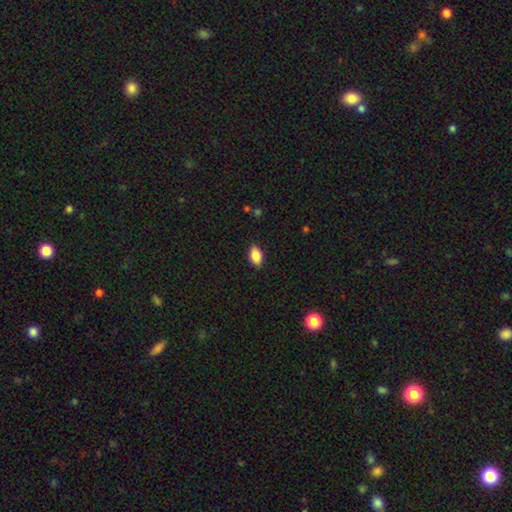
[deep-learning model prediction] smooth_or_featured: smooth (p=0.87) [alt: star or artifact p=0.08]
how_rounded: in between (p=0.91) [alt: round p=0.07]
merging: none (p=0.88) [alt: minor disturbance p=0.09]